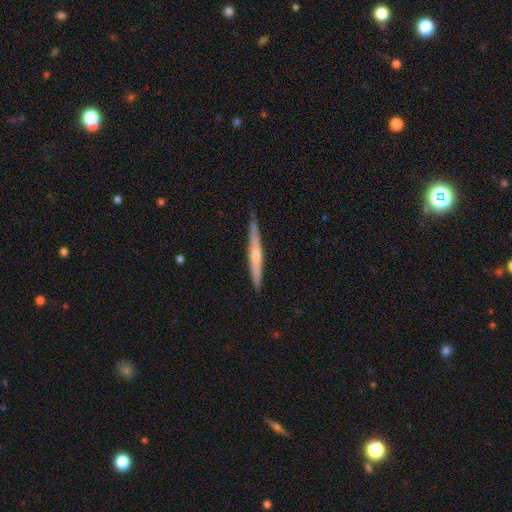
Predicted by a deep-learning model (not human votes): A featured or disk galaxy (60%) viewed edge-on (96%) with a rounded central bulge (70%). Merging: none (85%).